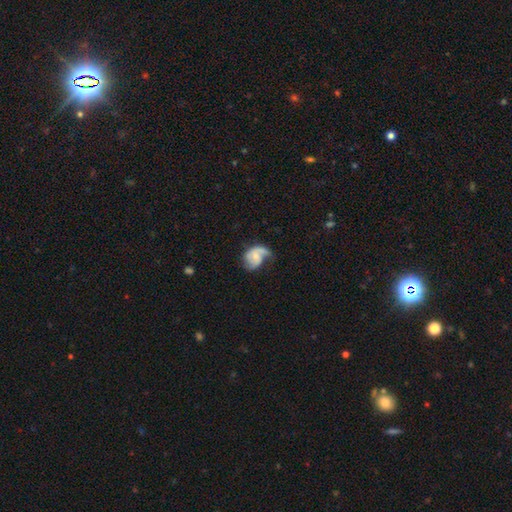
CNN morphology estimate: A featured or disk galaxy (68%) with no bar (60%), 2 (47%) loose (40%, tied with medium) spiral arms (89%) and a small central bulge (52%). Merging: none (35%).